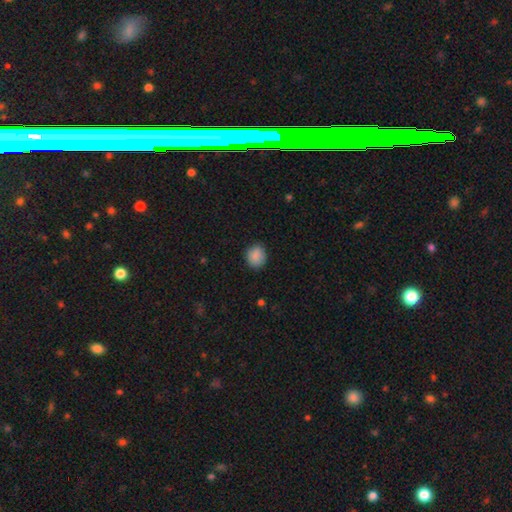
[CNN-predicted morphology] Smooth or featured: smooth — 88% (star or artifact — 8%)
How rounded: round — 67% (in between — 32%)
Merging: none — 83% (minor disturbance — 13%)